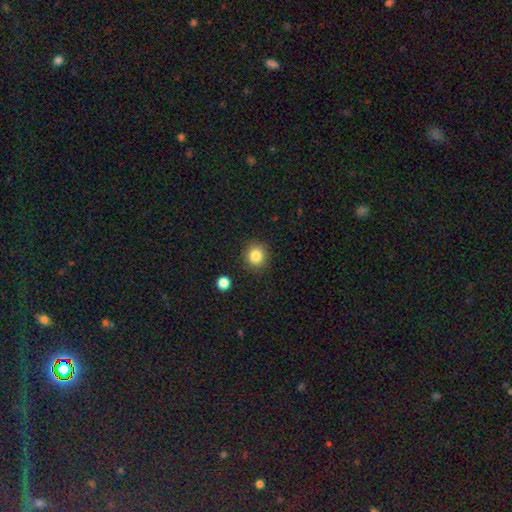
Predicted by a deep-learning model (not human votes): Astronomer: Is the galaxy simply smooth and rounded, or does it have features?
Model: smooth — 84%.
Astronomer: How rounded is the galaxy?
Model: round — 89%.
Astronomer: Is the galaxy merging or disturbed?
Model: none — 89%.